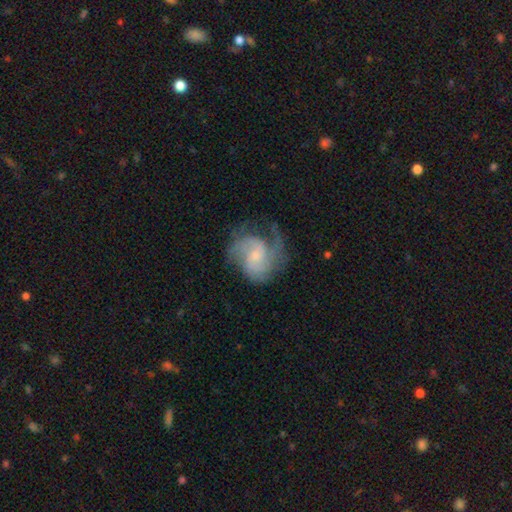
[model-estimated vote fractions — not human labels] A featured or disk galaxy (82%) with no bar (60%), 2 (47%) medium (49%) spiral arms (95%) and a small central bulge (65%). Merging: none (59%).